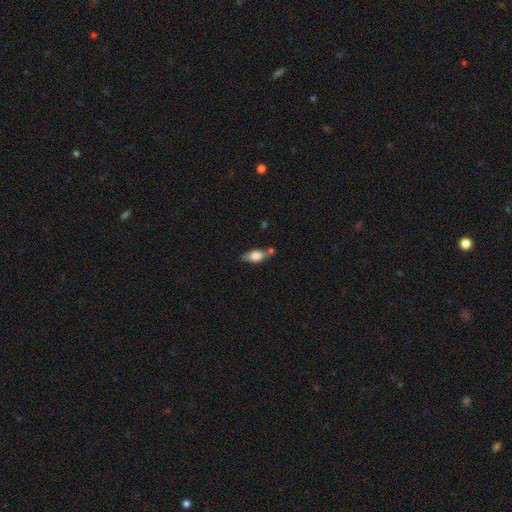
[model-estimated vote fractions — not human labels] The model was most divided on "merging": none: 57%, minor disturbance: 22%, merger: 16%, major disturbance: 6%. More confident: how rounded — in between (79%); smooth or featured — smooth (71%).